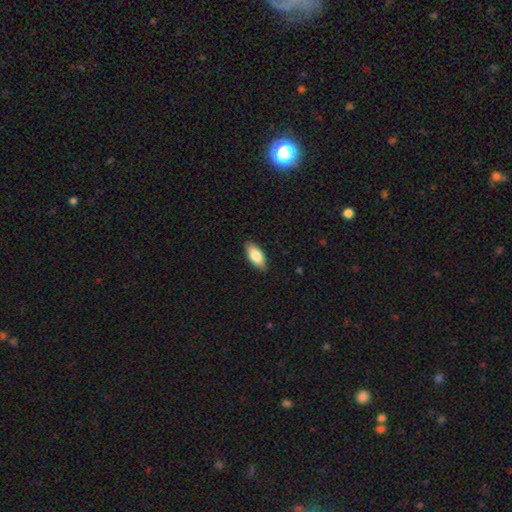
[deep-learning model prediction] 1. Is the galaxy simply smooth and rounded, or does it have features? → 82% smooth, 11% featured or disk, 6% star or artifact.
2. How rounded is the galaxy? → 88% in between, 10% cigar-shaped, 2% round.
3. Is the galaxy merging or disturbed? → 87% none, 10% minor disturbance, 2% major disturbance, 1% merger.